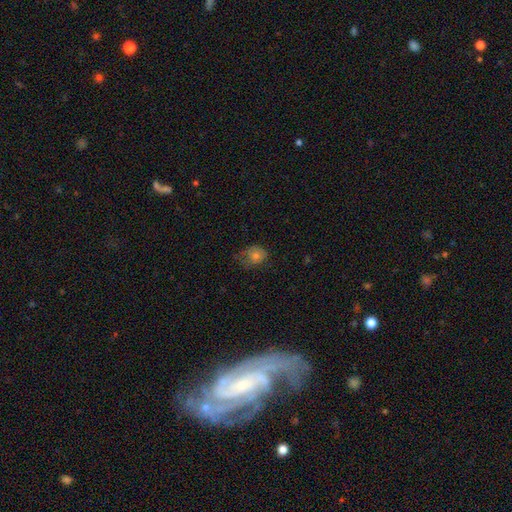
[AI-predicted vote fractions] smooth_or_featured: smooth (p=0.66) [alt: featured or disk p=0.20]
how_rounded: round (p=0.52) [alt: in between p=0.47]
merging: none (p=0.49) [alt: minor disturbance p=0.32]